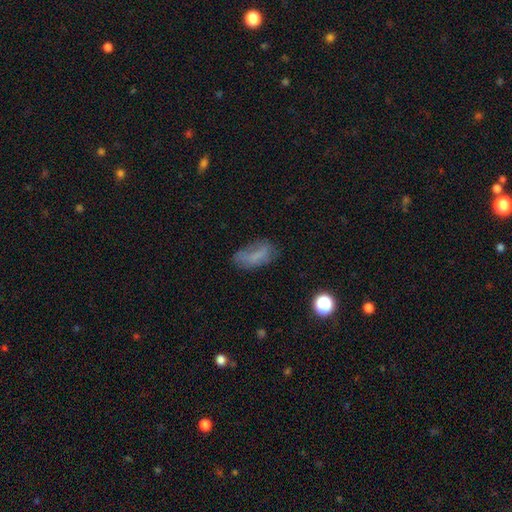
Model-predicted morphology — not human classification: smooth_or_featured: smooth (p=0.65) [alt: featured or disk p=0.22]
how_rounded: in between (p=0.84) [alt: cigar-shaped p=0.11]
merging: none (p=0.49) [alt: minor disturbance p=0.30]